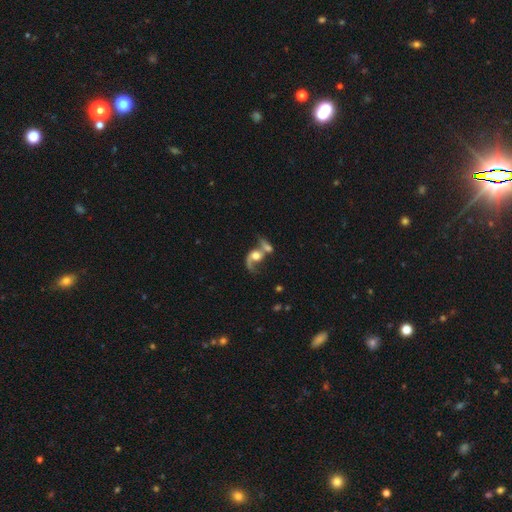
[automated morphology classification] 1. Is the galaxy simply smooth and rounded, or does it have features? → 72% featured or disk, 20% smooth, 8% star or artifact.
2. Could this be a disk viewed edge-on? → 96% no, 4% yes.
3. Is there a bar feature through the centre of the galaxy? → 68% no, 25% weak, 8% strong.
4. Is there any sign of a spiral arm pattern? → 87% yes, 13% no.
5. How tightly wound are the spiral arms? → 75% loose, 20% medium, 5% tight.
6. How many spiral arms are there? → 66% 2, 28% 1, 3% can't tell, 1% 3, 1% 4, 1% more than 4.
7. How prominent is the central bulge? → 39% large (tied), 39% moderate (tied), 10% small, 7% dominant, 5% none.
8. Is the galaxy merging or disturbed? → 57% merger, 21% none, 14% major disturbance, 8% minor disturbance.